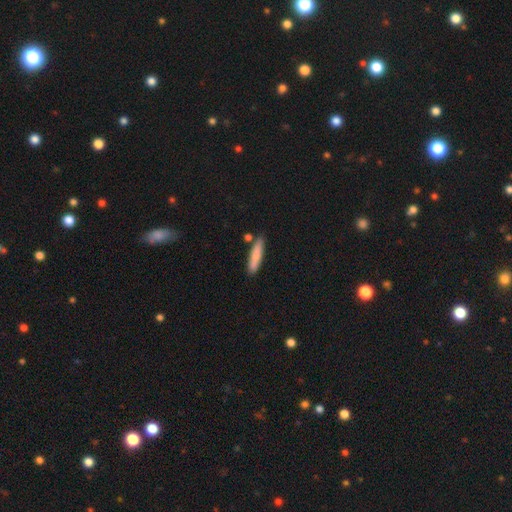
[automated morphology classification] smooth-or-featured: smooth: 79% | featured or disk: 15% | star or artifact: 6%
  how-rounded: cigar-shaped: 84% | in between: 14% | round: 2%
  merging: none: 81% | minor disturbance: 11% | merger: 6% | major disturbance: 2%